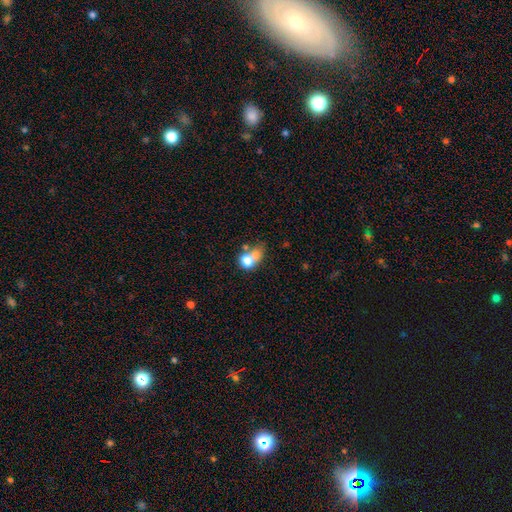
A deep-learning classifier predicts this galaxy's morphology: smooth-or-featured: smooth: 69% | featured or disk: 19% | star or artifact: 12%
  how-rounded: round: 59% | in between: 40% | cigar-shaped: 1%
  merging: merger: 52% | none: 26% | major disturbance: 11% | minor disturbance: 11%